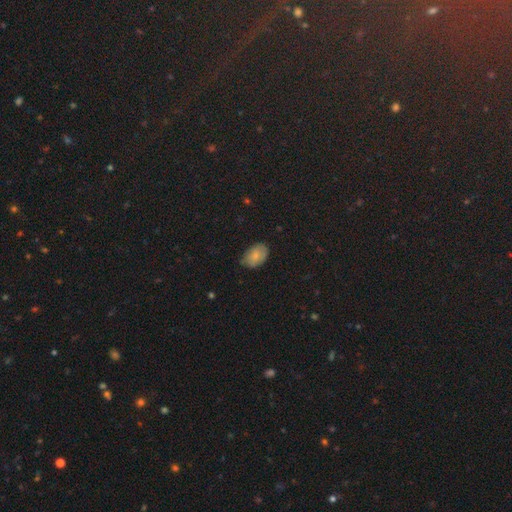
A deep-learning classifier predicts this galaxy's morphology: Overall: smooth (79%). How rounded: in between (87%). Merging: none (68%).